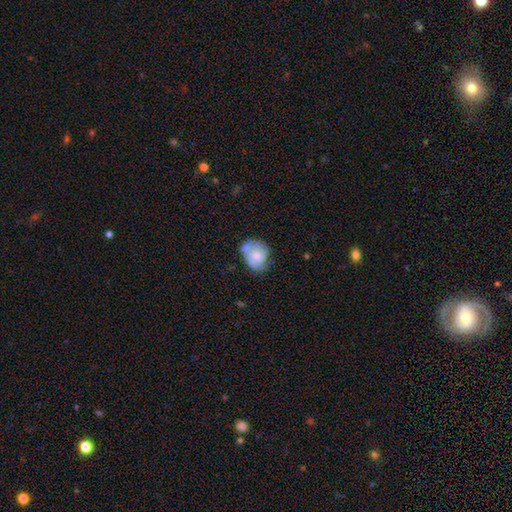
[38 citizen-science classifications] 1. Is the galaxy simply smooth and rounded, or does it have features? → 53% featured or disk, 42% smooth, 5% star or artifact.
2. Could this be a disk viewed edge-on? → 95% no, 5% yes.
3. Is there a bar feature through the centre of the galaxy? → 68% no, 26% weak, 5% strong.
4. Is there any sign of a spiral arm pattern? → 89% yes, 11% no.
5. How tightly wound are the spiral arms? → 53% tight, 41% medium, 6% loose.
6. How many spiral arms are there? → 47% 2, 24% can't tell, 18% 3, 12% 1, 0% 4, 0% more than 4.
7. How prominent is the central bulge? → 68% moderate, 32% small, 0% dominant, 0% large, 0% none.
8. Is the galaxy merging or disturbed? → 50% none, 28% major disturbance, 22% minor disturbance, 0% merger.